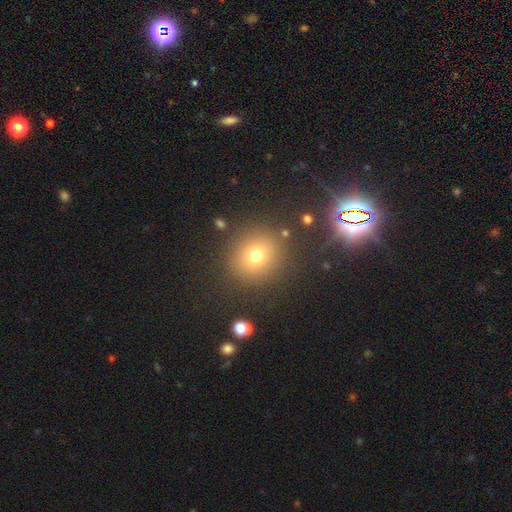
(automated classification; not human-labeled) This appears to be a smooth galaxy with no disk features (72%) that is round (87%). Merging: none (86%).